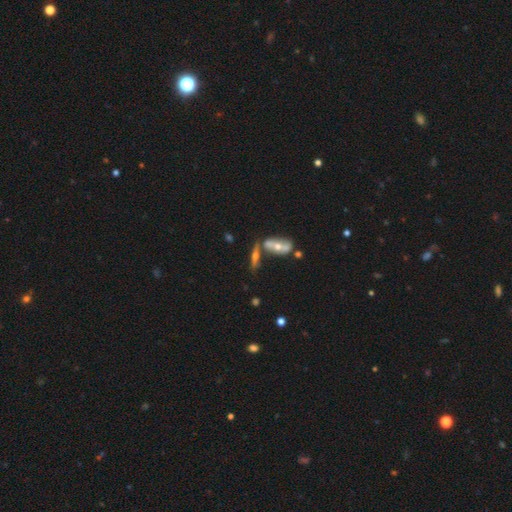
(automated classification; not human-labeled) A featured or disk galaxy (56%) viewed edge-on (59%). Merging: none (45%).